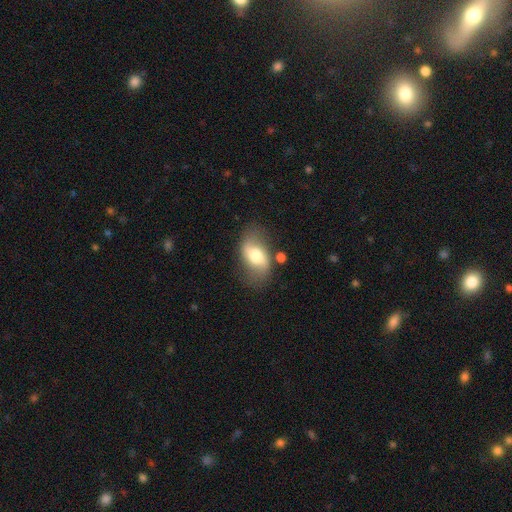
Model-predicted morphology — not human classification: smooth-or-featured: smooth: 48% | featured or disk: 44% | star or artifact: 7%
  merging: none: 65% | minor disturbance: 21% | major disturbance: 8% | merger: 5%